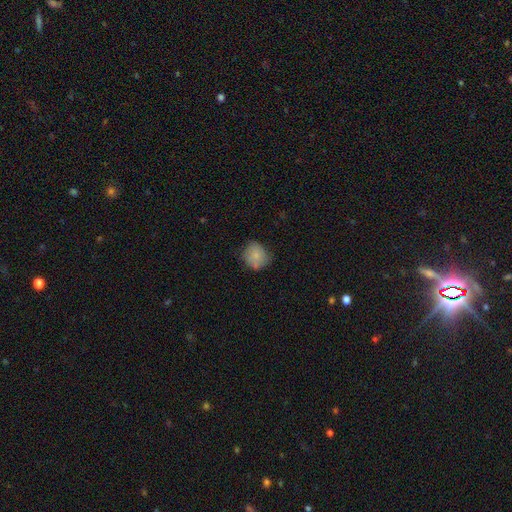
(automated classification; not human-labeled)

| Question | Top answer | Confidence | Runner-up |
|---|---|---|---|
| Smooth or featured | smooth | 79% | featured or disk (13%) |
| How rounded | round | 79% | in between (20%) |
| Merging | none | 64% | minor disturbance (25%) |